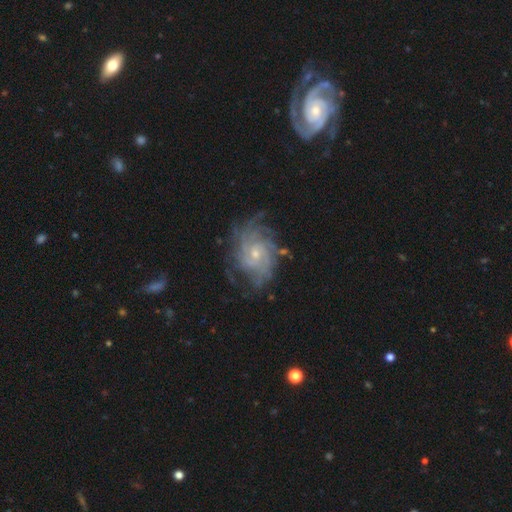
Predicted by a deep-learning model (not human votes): smooth-or-featured: featured or disk: 78% | star or artifact: 11% | smooth: 11%
  disk-edge-on: no: 96% | yes: 4%
    bar: no: 71% | weak: 24% | strong: 5%
    has-spiral-arms: yes: 93% | no: 7%
      spiral-winding: tight: 57% | medium: 32% | loose: 11%
      spiral-arm-count: can't tell: 39% | 3: 17% | 4: 15% | 2: 14% | more than 4: 8% | 1: 6%
    bulge-size: small: 66% | moderate: 29% | none: 2% | large: 2% | dominant: 1%
  merging: none: 70% | minor disturbance: 18% | major disturbance: 10% | merger: 2%